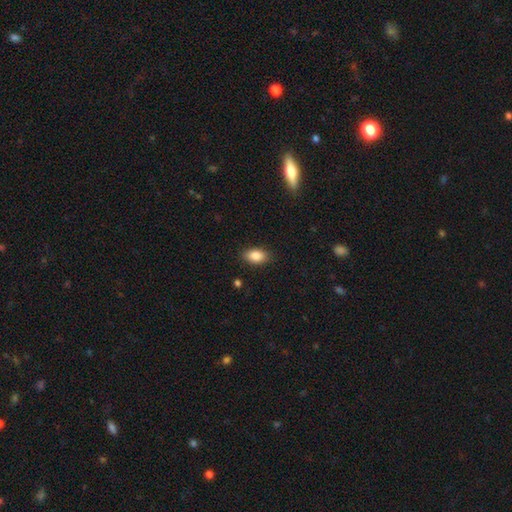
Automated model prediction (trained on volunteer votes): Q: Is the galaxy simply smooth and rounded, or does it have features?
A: smooth — 87%.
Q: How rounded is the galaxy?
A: in between — 90%.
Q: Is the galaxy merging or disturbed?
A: none — 87%.